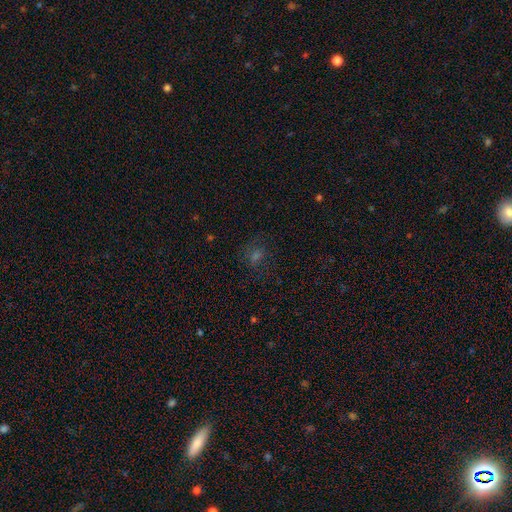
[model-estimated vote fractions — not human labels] smooth 47%, star or artifact 37%, featured or disk 16%. Down the decision tree: merging — none (75%).